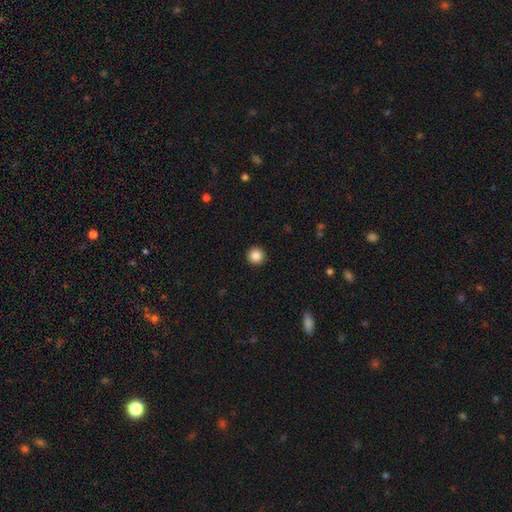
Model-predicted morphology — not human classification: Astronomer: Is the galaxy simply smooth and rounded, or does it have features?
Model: smooth — 86%.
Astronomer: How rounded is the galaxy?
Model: round — 96%.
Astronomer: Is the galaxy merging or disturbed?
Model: none — 93%.